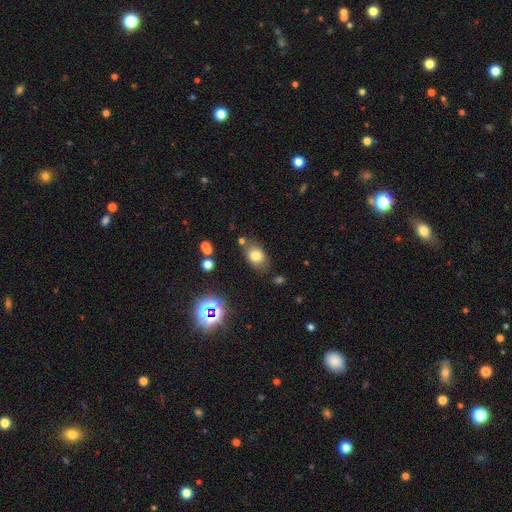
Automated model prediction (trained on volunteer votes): Smooth or featured? Predicted: smooth (p=0.77). How rounded? Predicted: in between (p=0.76). Merging? Predicted: none (p=0.73).